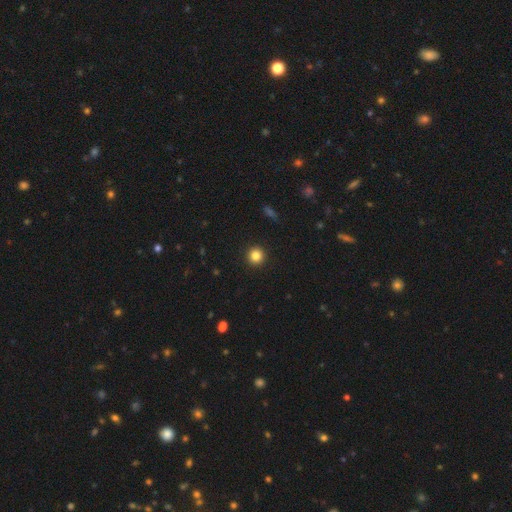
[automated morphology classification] Smooth or featured?
  - smooth: 84% *
  - star or artifact: 11%
  - featured or disk: 5%
How rounded?
  - round: 95% *
  - in between: 4%
  - cigar-shaped: 1%
Merging?
  - none: 93% *
  - minor disturbance: 4%
  - major disturbance: 2%
  - merger: 1%